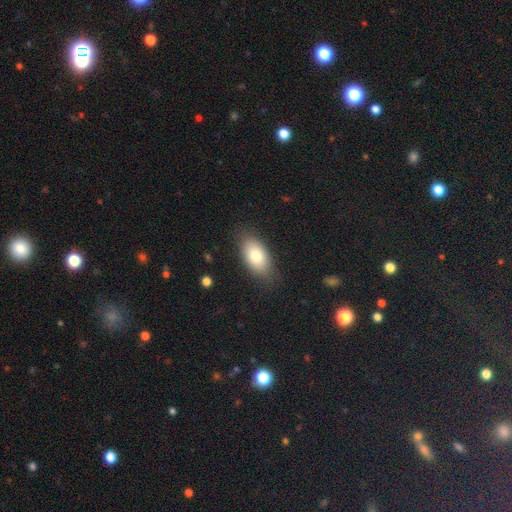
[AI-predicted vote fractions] Smooth or featured: smooth — 80% (featured or disk — 13%)
How rounded: in between — 92% (round — 5%)
Merging: none — 81% (minor disturbance — 14%)